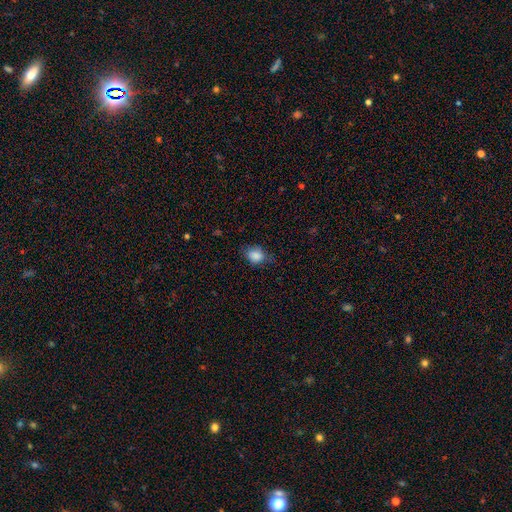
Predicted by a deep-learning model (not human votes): The model was most divided on "how rounded": in between: 51%, round: 48%, cigar-shaped: 1%. More confident: smooth or featured — smooth (85%); merging — none (64%).